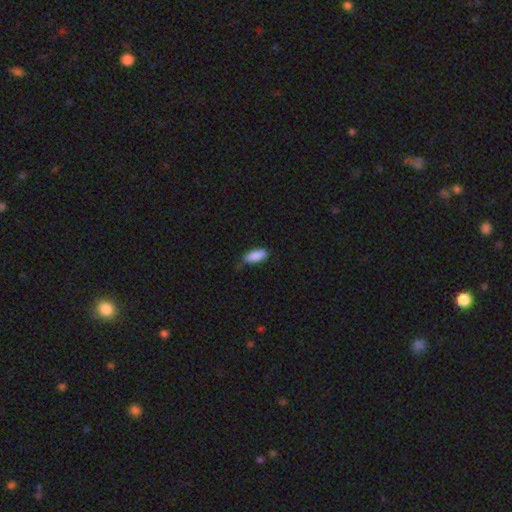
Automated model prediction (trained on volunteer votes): A smooth galaxy with no disk features (89%) that is in between round and cigar-shaped (84%). Merging: none (72%).